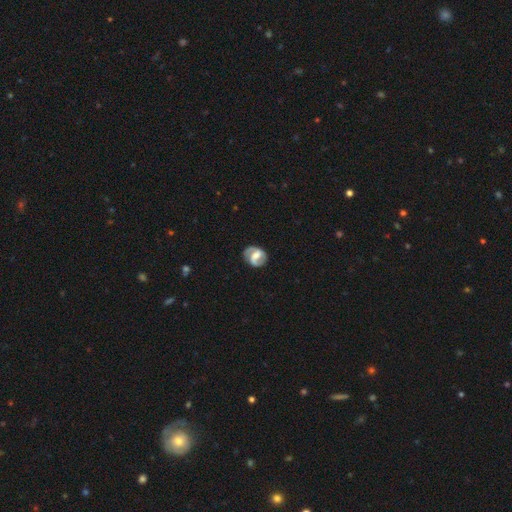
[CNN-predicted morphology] The model was most divided on "bar": weak: 43%, strong: 37%, no: 19%. Remaining: edge-on disk — no (97%); spiral arms — yes (89%); spiral arm count — 2 (87%); merging — none (79%); smooth or featured — featured or disk (76%); bulge size — moderate (50%); spiral winding — medium (47%).